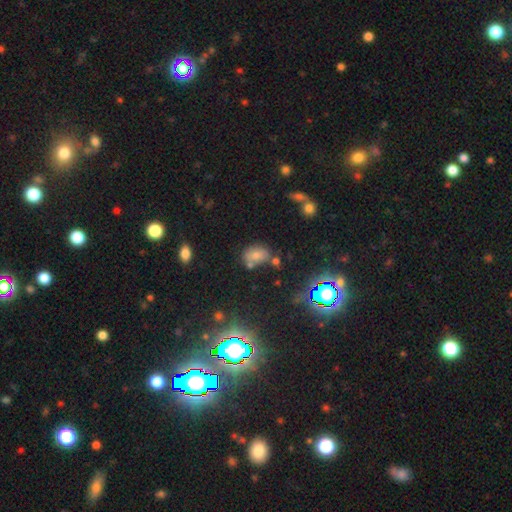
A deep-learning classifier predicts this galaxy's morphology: A smooth galaxy with no disk features (65%) that is in between round and cigar-shaped (69%).

Vote fractions:
- Smooth or featured? smooth: 65% / star or artifact: 21% / featured or disk: 14%
- How rounded? in between: 69% / round: 29% / cigar-shaped: 2%
- Merging? none: 55% / minor disturbance: 19% / merger: 19% / major disturbance: 7%